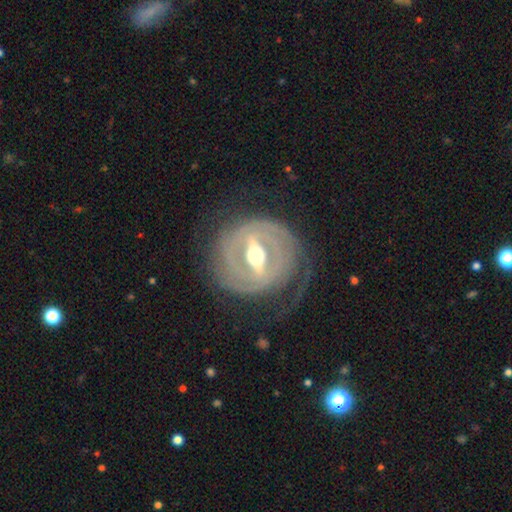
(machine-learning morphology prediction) Smooth or featured? featured or disk (87%)
Edge-on disk? no (89%)
Bar? strong (76%)
Spiral arms? yes (80%)
Spiral winding? tight (66%)
Spiral arm count? 2 (51%)
Bulge size? moderate (73%)
Merging? none (67%)